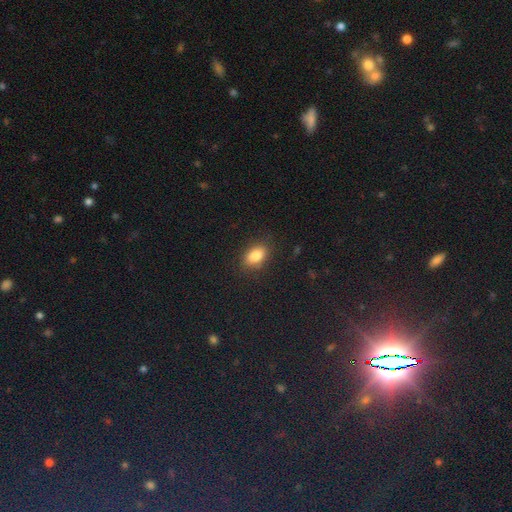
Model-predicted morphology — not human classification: Q: Smooth or featured?
A: smooth (84%); runner-up: star or artifact (9%)
Q: How rounded?
A: in between (87%); runner-up: round (10%)
Q: Merging?
A: none (85%); runner-up: minor disturbance (11%)